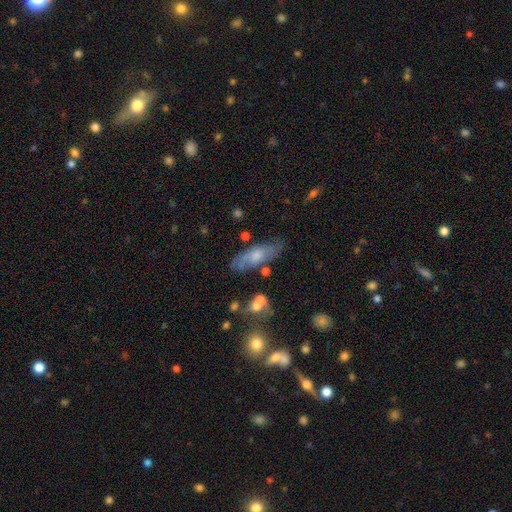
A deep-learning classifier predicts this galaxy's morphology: This appears to be a featured or disk galaxy (48%). Merging: none (70%).